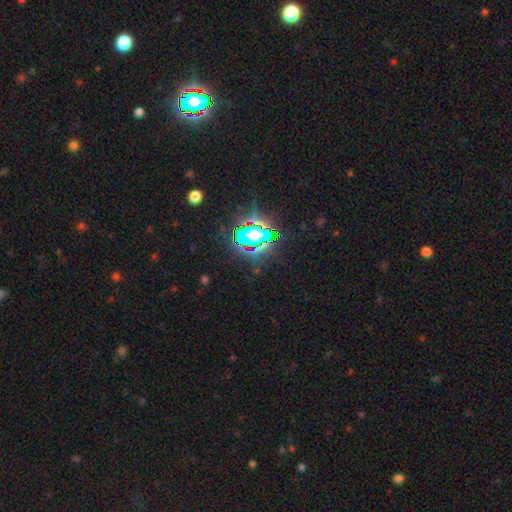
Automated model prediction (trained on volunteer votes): Smooth or featured? star or artifact (78%)